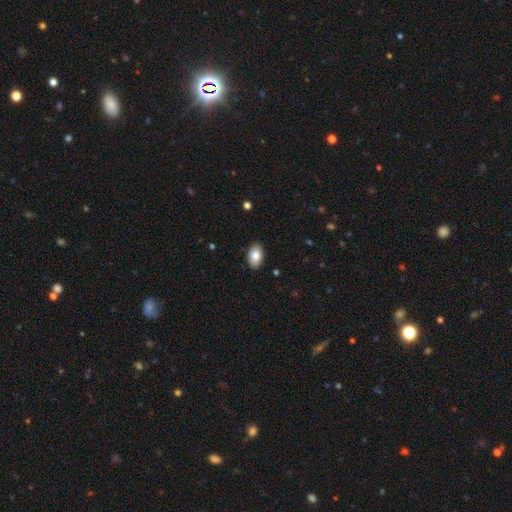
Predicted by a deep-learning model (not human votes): A smooth galaxy with no disk features (82%) that is in between round and cigar-shaped (92%).

Vote fractions:
- Smooth or featured? smooth: 82% / featured or disk: 11% / star or artifact: 7%
- How rounded? in between: 92% / round: 6% / cigar-shaped: 1%
- Merging? none: 89% / minor disturbance: 8% / major disturbance: 2% / merger: 1%